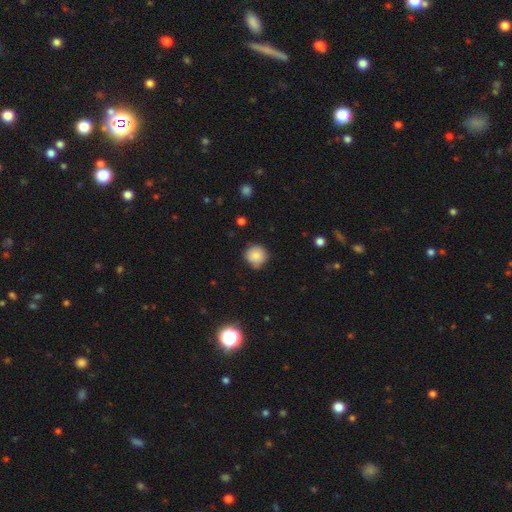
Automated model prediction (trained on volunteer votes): The model was most divided on "merging": none: 78%, minor disturbance: 17%, major disturbance: 3%, merger: 2%. More confident: how rounded — round (92%); smooth or featured — smooth (85%).